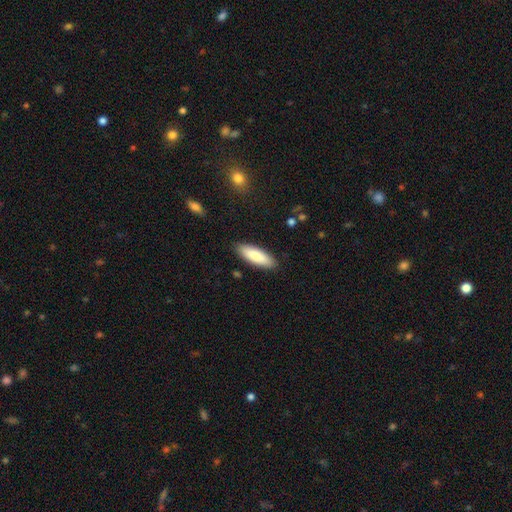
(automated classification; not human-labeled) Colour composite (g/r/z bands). It shows a smooth galaxy with no disk features (84%) that is in between round and cigar-shaped (55%). Merging: none (89%).